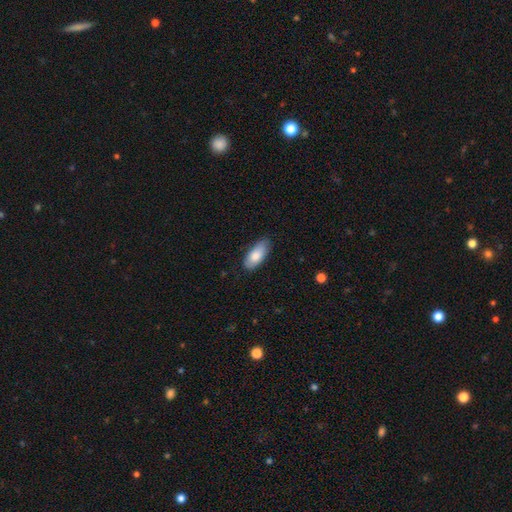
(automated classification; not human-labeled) A smooth galaxy with no disk features (81%) that is in between round and cigar-shaped (87%). Merging: none (79%).